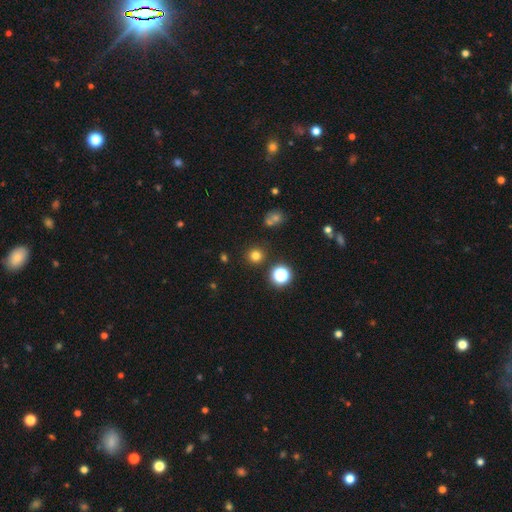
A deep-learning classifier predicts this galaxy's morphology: The model was most divided on "smooth or featured": smooth: 75%, star or artifact: 20%, featured or disk: 5%. More confident: how rounded — round (94%); merging — none (88%).